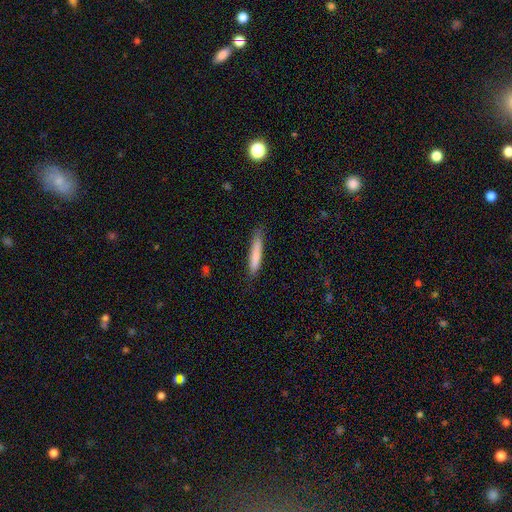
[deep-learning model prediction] Smooth or featured?
  - smooth: 79% *
  - featured or disk: 15%
  - star or artifact: 6%
How rounded?
  - cigar-shaped: 92% *
  - in between: 7%
  - round: 1%
Merging?
  - none: 80% *
  - minor disturbance: 16%
  - major disturbance: 3%
  - merger: 1%